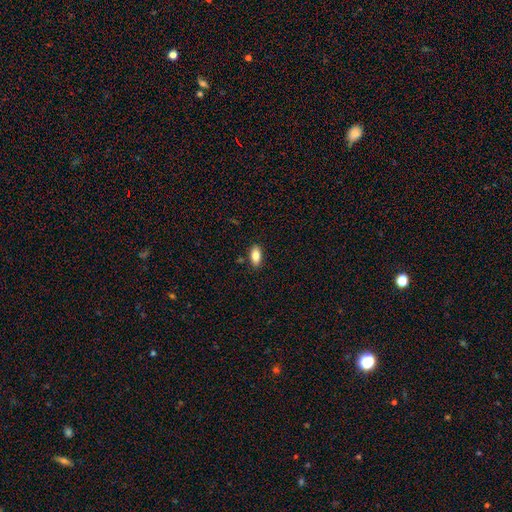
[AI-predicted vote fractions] Overall: smooth (83%). How rounded: in between (90%). Merging: none (87%).